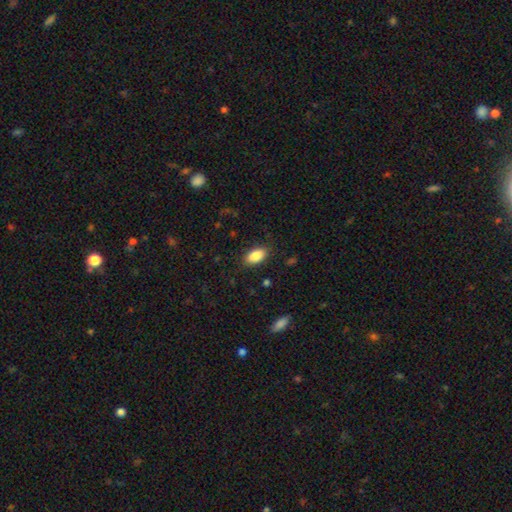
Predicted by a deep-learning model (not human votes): Smooth or featured? smooth (86%)
How rounded? in between (92%)
Merging? none (85%)